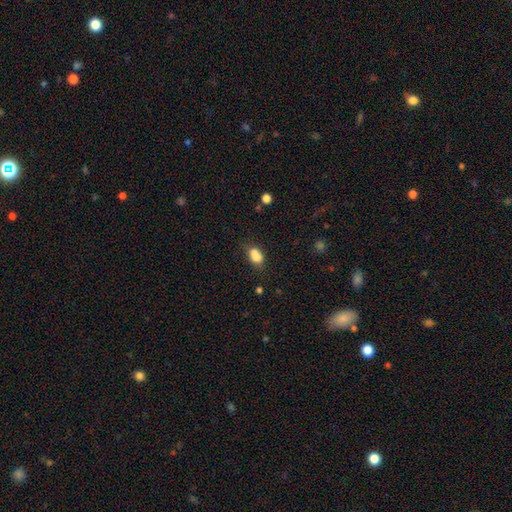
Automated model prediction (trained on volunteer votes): A smooth galaxy with no disk features (80%) that is in between round and cigar-shaped (79%). Merging: none (49%).